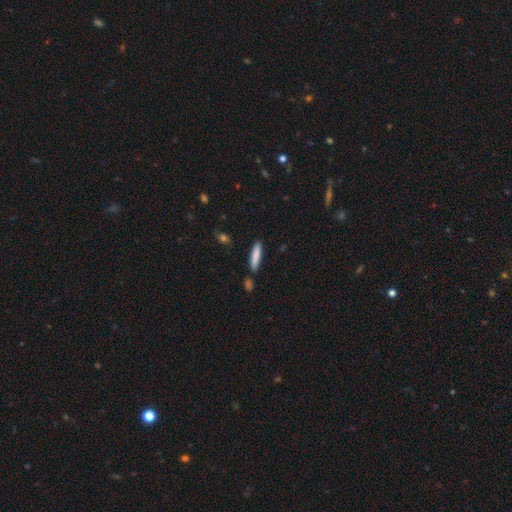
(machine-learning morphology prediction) Smooth or featured? Predicted: smooth (p=0.83). How rounded? Predicted: cigar-shaped (p=0.84). Merging? Predicted: none (p=0.83).